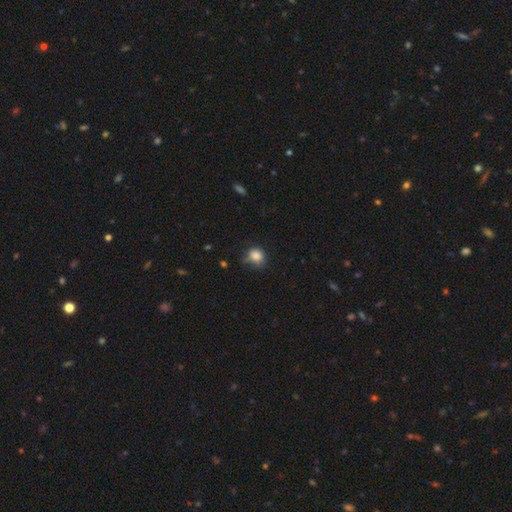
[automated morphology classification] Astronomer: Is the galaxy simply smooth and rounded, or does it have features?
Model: smooth — 84%.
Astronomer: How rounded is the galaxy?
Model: round — 71%.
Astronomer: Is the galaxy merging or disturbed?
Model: none — 56% (runner-up: minor disturbance, 31%).